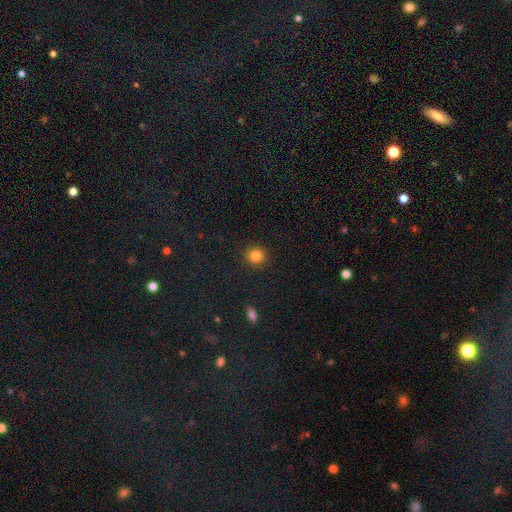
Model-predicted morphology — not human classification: type=smooth (84%); roundness=round (91%); merging=none (91%).